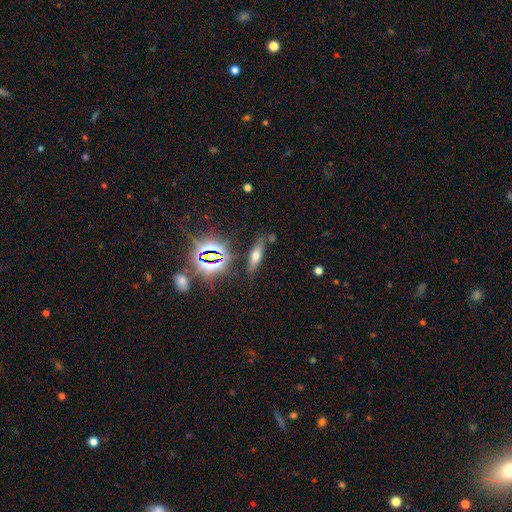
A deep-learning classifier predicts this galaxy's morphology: Q: Smooth or featured?
A: smooth (48%); runner-up: featured or disk (28%)
Q: Merging?
A: none (78%); runner-up: minor disturbance (13%)